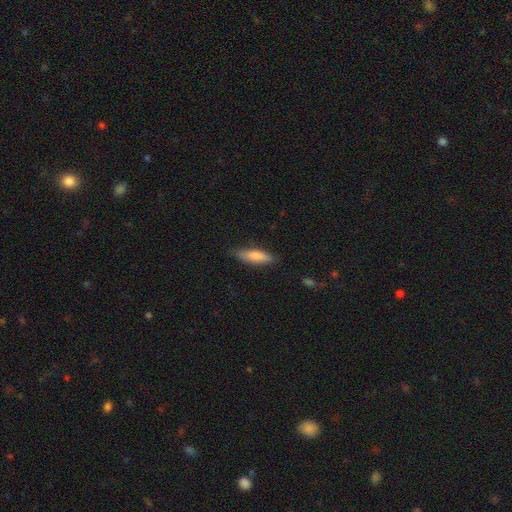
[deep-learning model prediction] Overall: smooth (75%). How rounded: cigar-shaped (60%; in between 38%). Merging: none (81%).